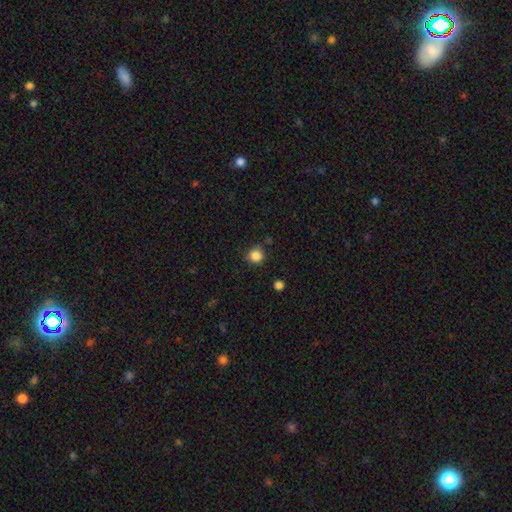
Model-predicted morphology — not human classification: Smooth or featured: smooth — 86% (star or artifact — 11%)
How rounded: round — 92% (in between — 8%)
Merging: none — 83% (minor disturbance — 11%)